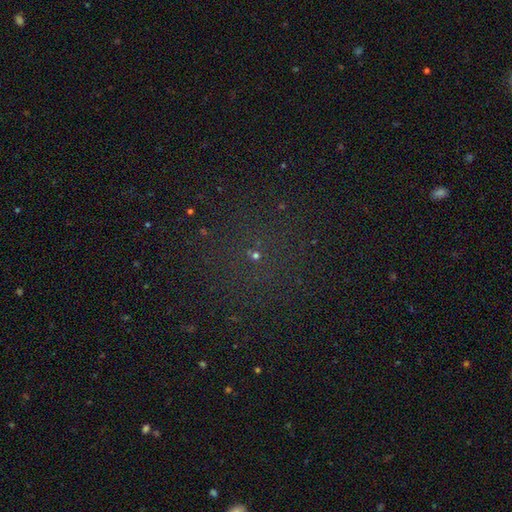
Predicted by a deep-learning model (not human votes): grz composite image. It shows a star or artifact, not a galaxy (54%).